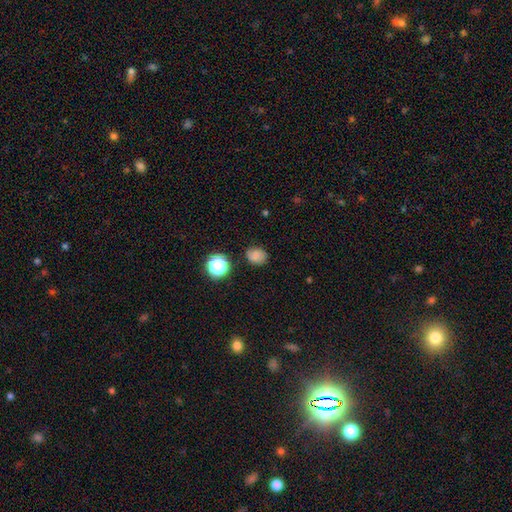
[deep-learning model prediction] A smooth galaxy with no disk features (76%) that is round (60%). Merging: none (75%).